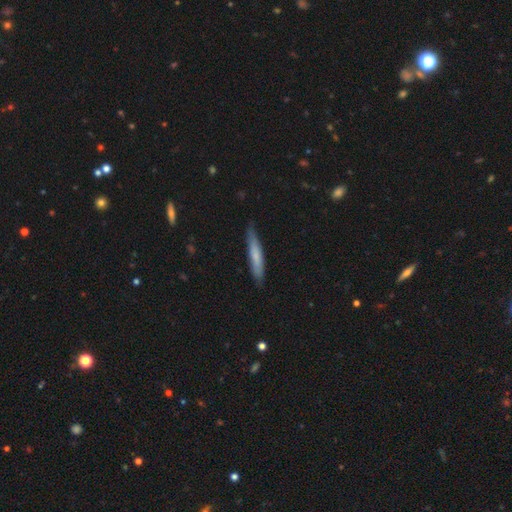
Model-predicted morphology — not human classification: type=smooth (67%); roundness=cigar-shaped (90%); merging=none (80%).